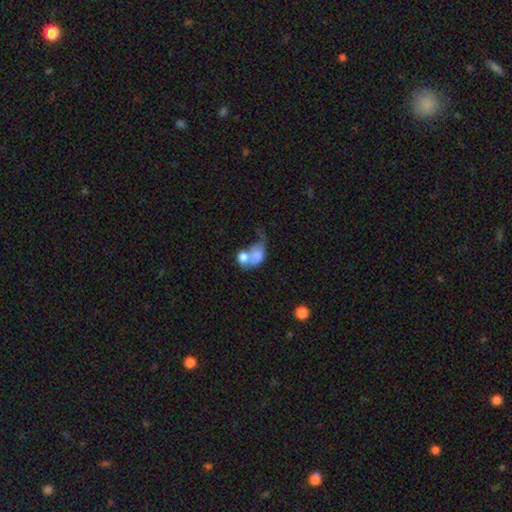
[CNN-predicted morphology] This is likely a smooth galaxy (63%). How rounded: likely in between (66%). Merging: possibly merger (53%).